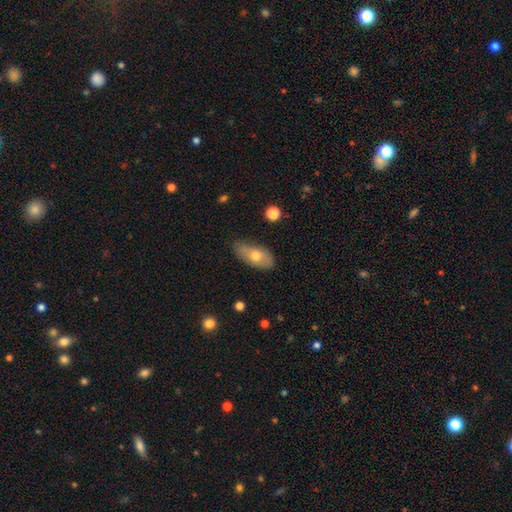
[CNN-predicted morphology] This appears to be a smooth galaxy with no disk features (67%) that is in between round and cigar-shaped (87%). Merging: none (74%).